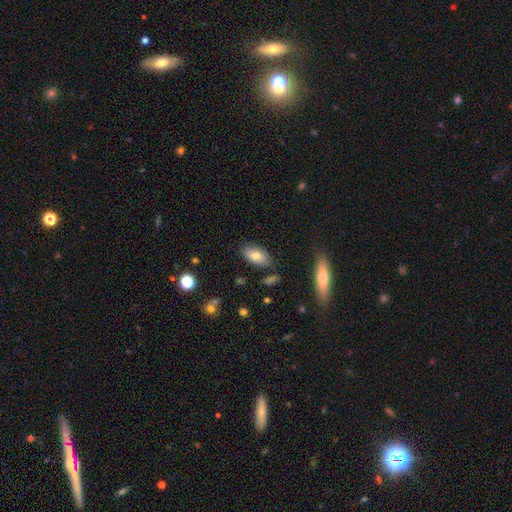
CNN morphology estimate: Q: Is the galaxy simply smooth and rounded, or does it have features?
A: smooth — 78%.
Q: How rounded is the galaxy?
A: in between — 92%.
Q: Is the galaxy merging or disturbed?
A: none — 80%.